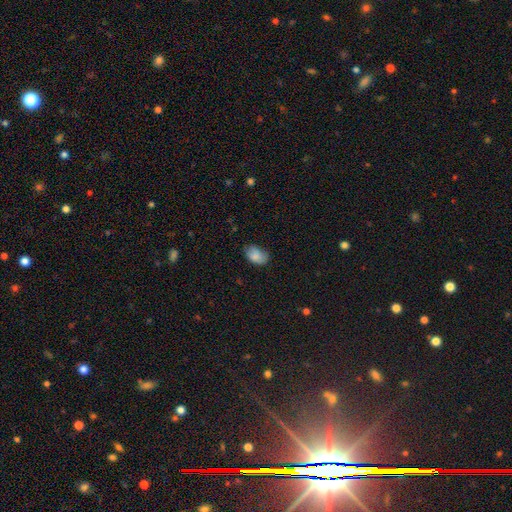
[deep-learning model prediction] Q: Smooth or featured?
A: smooth (82%); runner-up: featured or disk (10%)
Q: How rounded?
A: in between (87%); runner-up: round (12%)
Q: Merging?
A: none (63%); runner-up: minor disturbance (30%)